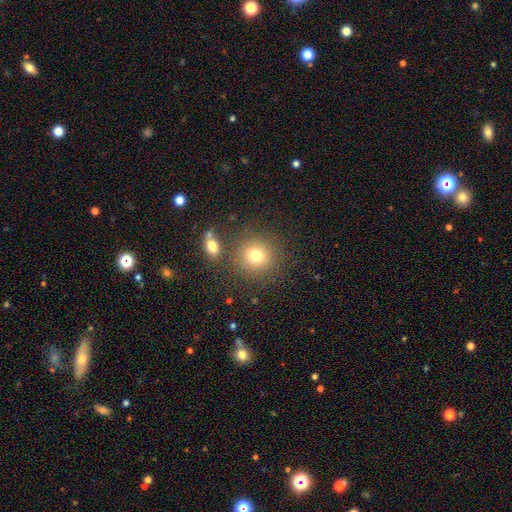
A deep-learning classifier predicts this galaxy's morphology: smooth-or-featured: smooth: 76% | star or artifact: 14% | featured or disk: 10%
  how-rounded: round: 91% | in between: 8% | cigar-shaped: 1%
  merging: none: 79% | minor disturbance: 9% | merger: 8% | major disturbance: 4%